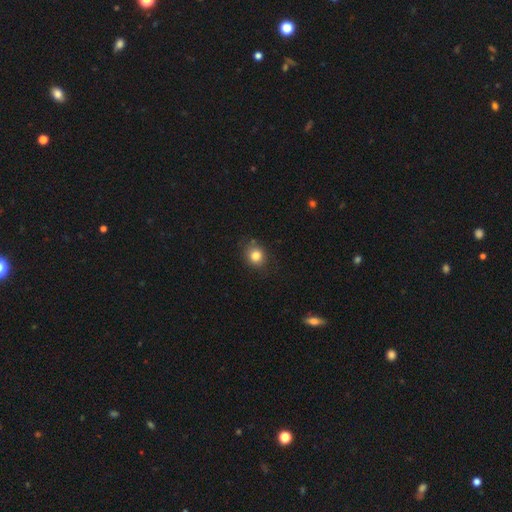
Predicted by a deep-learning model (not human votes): smooth_or_featured: smooth (p=0.82) [alt: star or artifact p=0.11]
how_rounded: round (p=0.70) [alt: in between p=0.29]
merging: none (p=0.81) [alt: minor disturbance p=0.14]